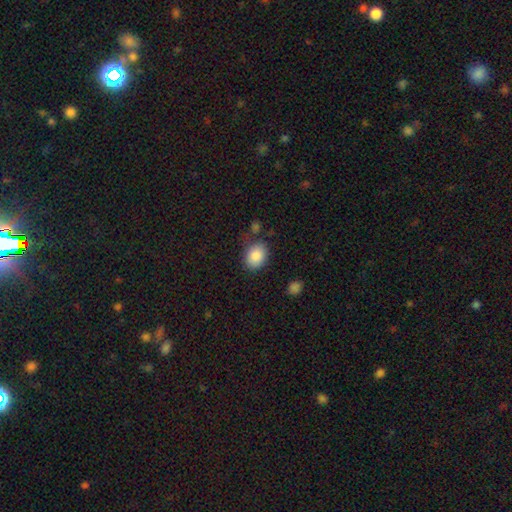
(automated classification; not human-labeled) The model was most divided on "how rounded": in between: 67%, round: 32%, cigar-shaped: 1%. More confident: smooth or featured — smooth (86%); merging — none (76%).